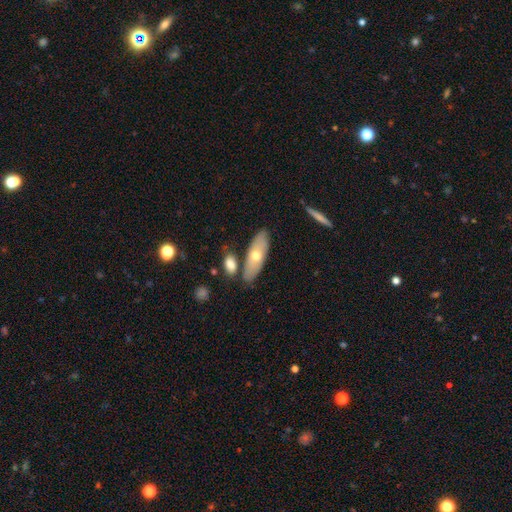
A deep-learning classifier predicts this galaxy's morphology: smooth-or-featured: smooth: 59% | featured or disk: 34% | star or artifact: 6%
  how-rounded: in between: 66% | cigar-shaped: 31% | round: 3%
  merging: none: 75% | minor disturbance: 12% | merger: 10% | major disturbance: 3%